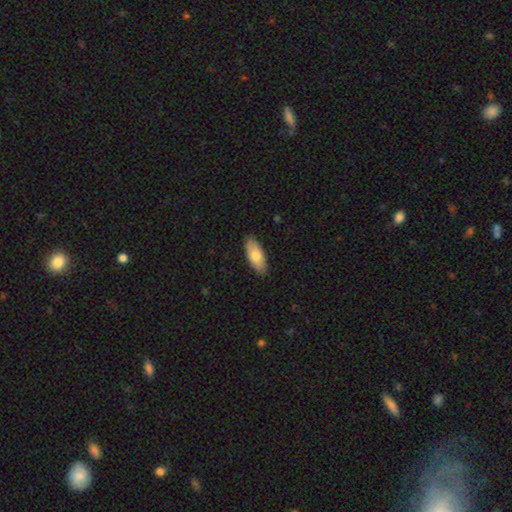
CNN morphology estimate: smooth_or_featured: smooth (p=0.77) [alt: featured or disk p=0.17]
how_rounded: in between (p=0.82) [alt: cigar-shaped p=0.16]
merging: none (p=0.87) [alt: minor disturbance p=0.11]